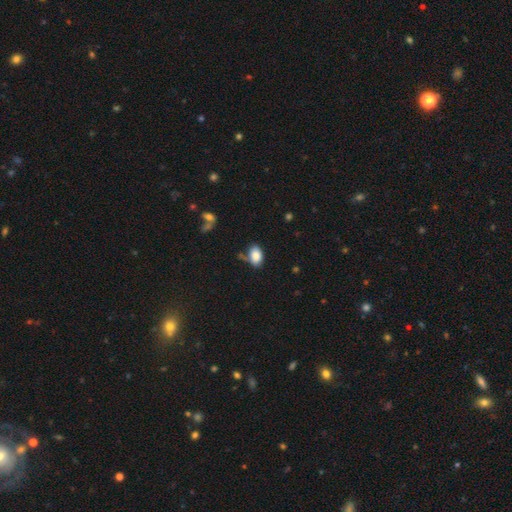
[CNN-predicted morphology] A smooth galaxy with no disk features (86%) that is in between round and cigar-shaped (90%). Merging: none (65%).